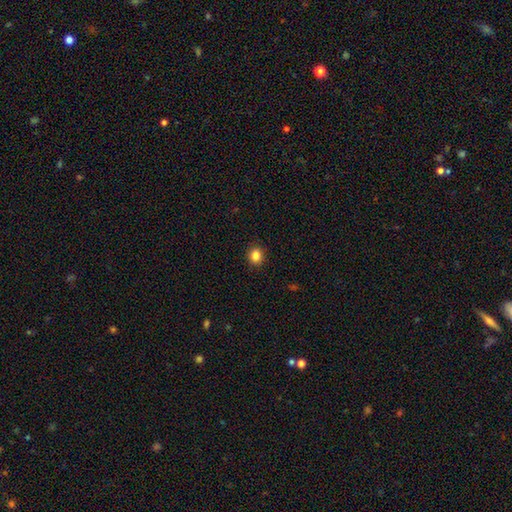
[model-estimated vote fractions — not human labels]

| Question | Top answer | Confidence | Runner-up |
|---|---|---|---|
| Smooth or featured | smooth | 85% | star or artifact (11%) |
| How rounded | round | 77% | in between (22%) |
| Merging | none | 92% | minor disturbance (6%) |